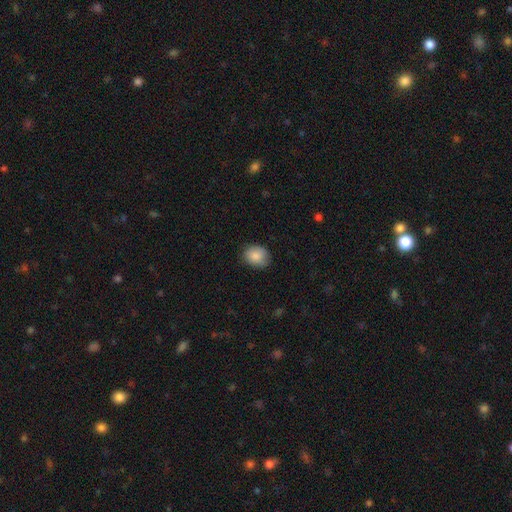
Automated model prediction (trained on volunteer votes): Morphology: type=smooth (86%); roundness=round (55%); merging=none (79%).